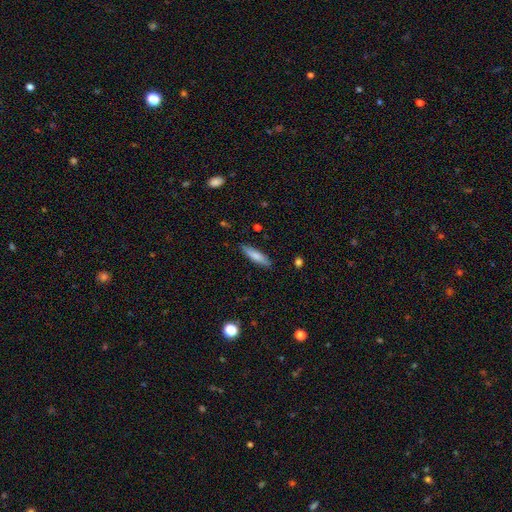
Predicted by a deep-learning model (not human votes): smooth-or-featured: smooth: 77% | featured or disk: 17% | star or artifact: 6%
  how-rounded: cigar-shaped: 71% | in between: 27% | round: 2%
  merging: none: 87% | minor disturbance: 10% | major disturbance: 2% | merger: 1%